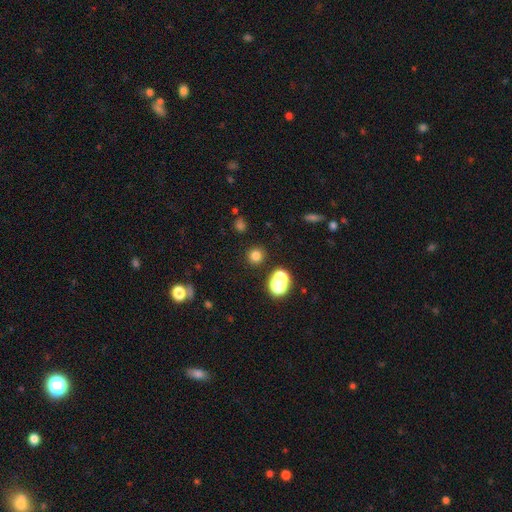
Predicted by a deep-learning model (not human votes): Overall: smooth (75%). How rounded: round (91%). Merging: none (84%).